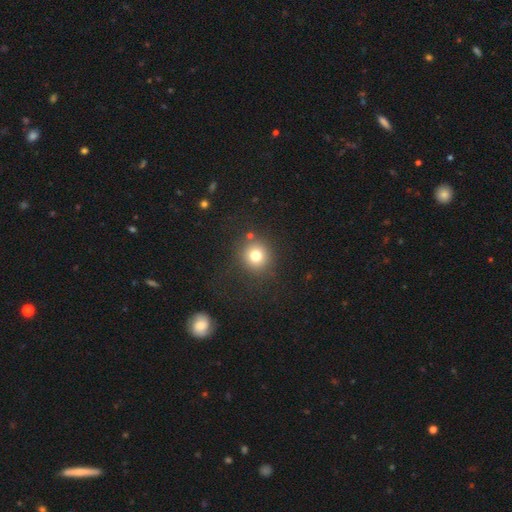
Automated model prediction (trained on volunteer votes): Q: Smooth or featured?
A: smooth (77%); runner-up: star or artifact (14%)
Q: How rounded?
A: round (90%); runner-up: in between (9%)
Q: Merging?
A: none (84%); runner-up: minor disturbance (8%)